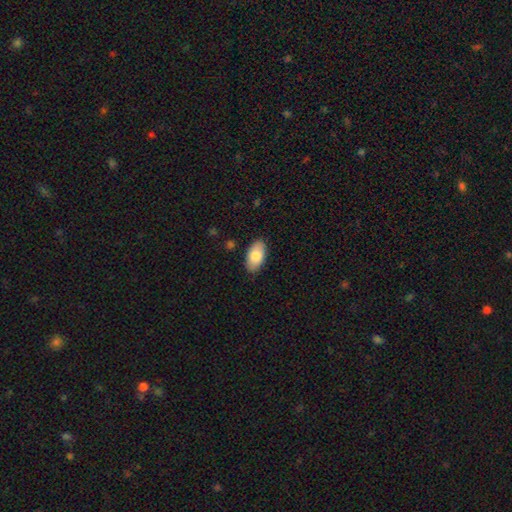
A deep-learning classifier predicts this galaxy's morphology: smooth 81%, featured or disk 13%, star or artifact 6%. Down the decision tree: how rounded — in between (95%); merging — none (87%).